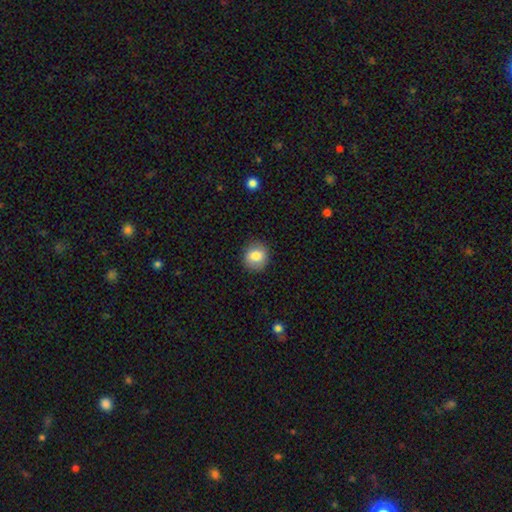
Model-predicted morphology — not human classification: A smooth galaxy with no disk features (82%) that is round (81%). Merging: none (88%).